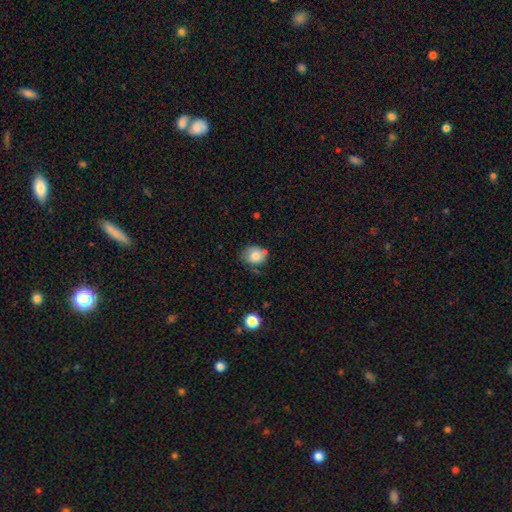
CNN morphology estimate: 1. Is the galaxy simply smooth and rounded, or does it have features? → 80% smooth, 11% featured or disk, 9% star or artifact.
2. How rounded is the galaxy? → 62% round, 37% in between, 1% cigar-shaped.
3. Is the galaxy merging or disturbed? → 56% none, 29% minor disturbance, 8% major disturbance, 8% merger.